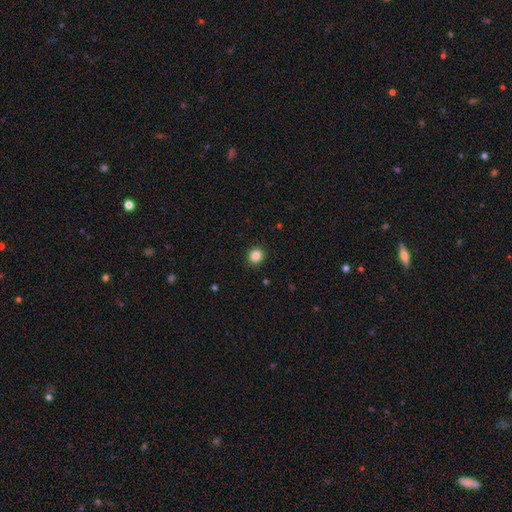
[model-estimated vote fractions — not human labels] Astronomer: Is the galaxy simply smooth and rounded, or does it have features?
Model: smooth — 85%.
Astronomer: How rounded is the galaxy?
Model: round — 83%.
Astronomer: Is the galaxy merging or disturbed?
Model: none — 91%.